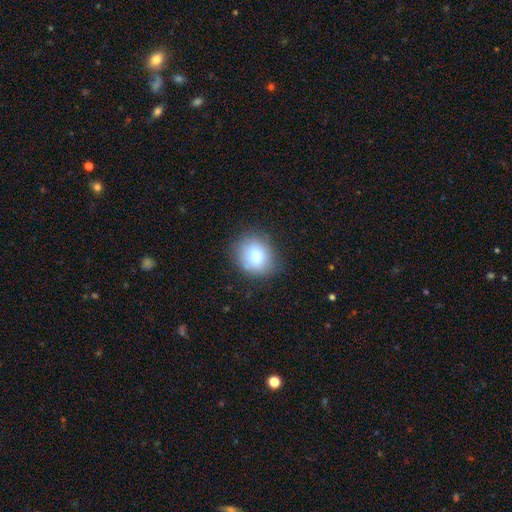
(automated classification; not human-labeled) Smooth or featured? smooth (77%)
How rounded? round (71%)
Merging? none (80%)